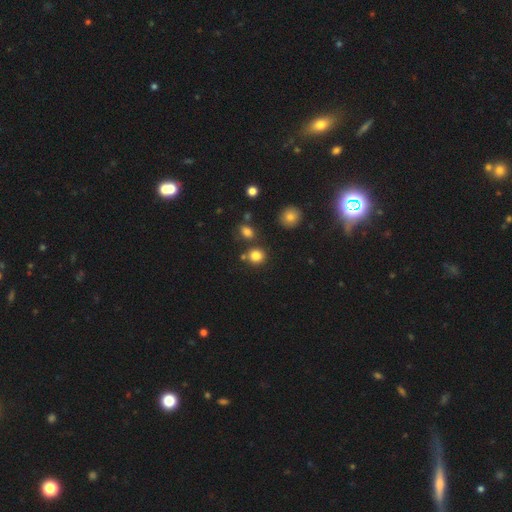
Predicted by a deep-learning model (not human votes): Morphology: type=smooth (82%); roundness=round (83%); merging=none (78%).